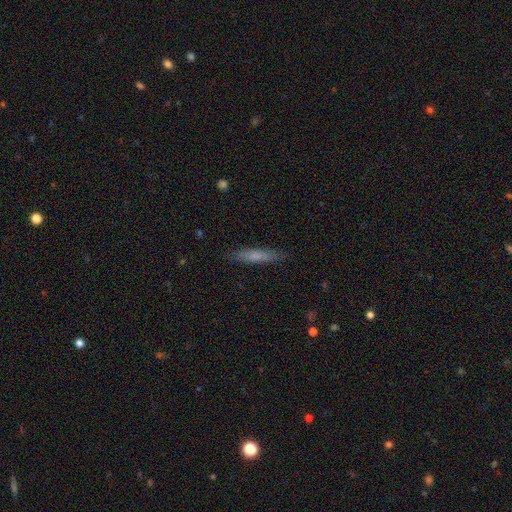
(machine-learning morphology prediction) smooth 71%, featured or disk 23%, star or artifact 6%. Down the decision tree: how rounded — cigar-shaped (90%); merging — none (86%).